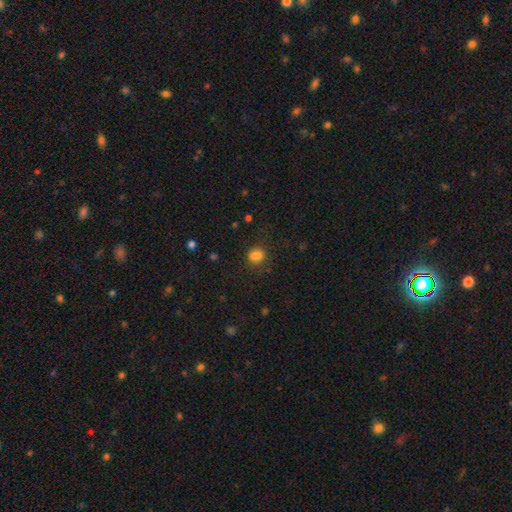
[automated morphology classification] A smooth galaxy with no disk features (80%) that is round (51%).

Vote fractions:
- Smooth or featured? smooth: 80% / star or artifact: 14% / featured or disk: 6%
- How rounded? round: 51% / in between: 47% / cigar-shaped: 1%
- Merging? none: 70% / minor disturbance: 17% / major disturbance: 7% / merger: 6%